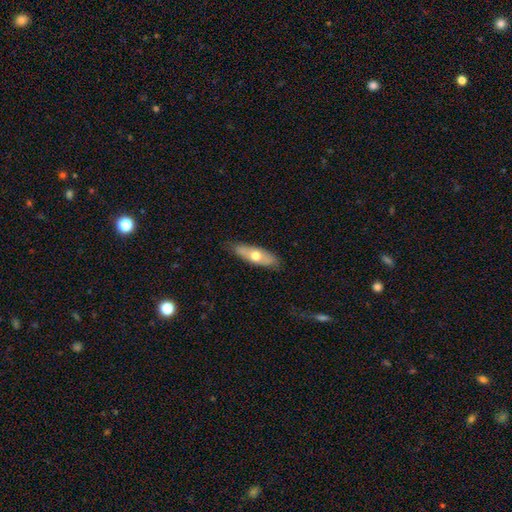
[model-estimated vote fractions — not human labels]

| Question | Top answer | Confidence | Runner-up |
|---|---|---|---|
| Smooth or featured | smooth | 56% | featured or disk (39%) |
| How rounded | in between | 60% | cigar-shaped (37%) |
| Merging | none | 83% | minor disturbance (13%) |